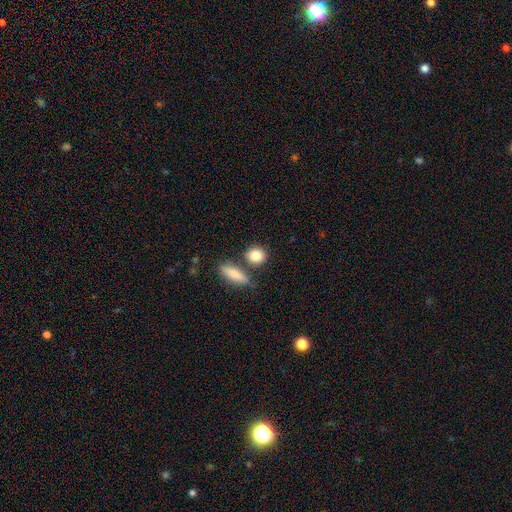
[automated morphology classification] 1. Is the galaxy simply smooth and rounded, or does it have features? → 86% smooth, 7% star or artifact, 6% featured or disk.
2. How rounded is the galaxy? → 69% round, 25% in between, 6% cigar-shaped.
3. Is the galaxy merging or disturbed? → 69% none, 16% merger, 12% minor disturbance, 4% major disturbance.